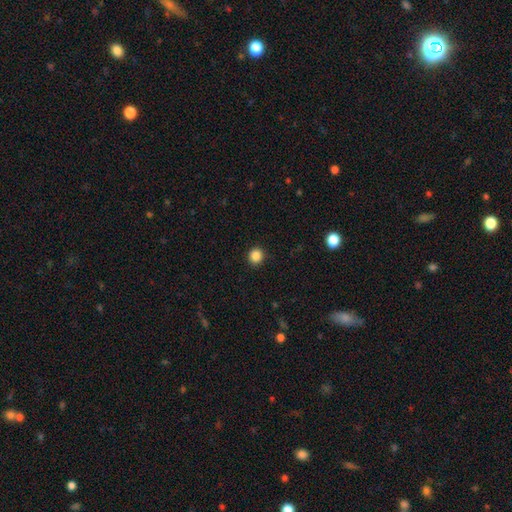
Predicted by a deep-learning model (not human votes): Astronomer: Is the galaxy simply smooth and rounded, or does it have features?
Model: smooth — 86%.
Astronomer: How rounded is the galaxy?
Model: round — 88%.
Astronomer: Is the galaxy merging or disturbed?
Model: none — 91%.